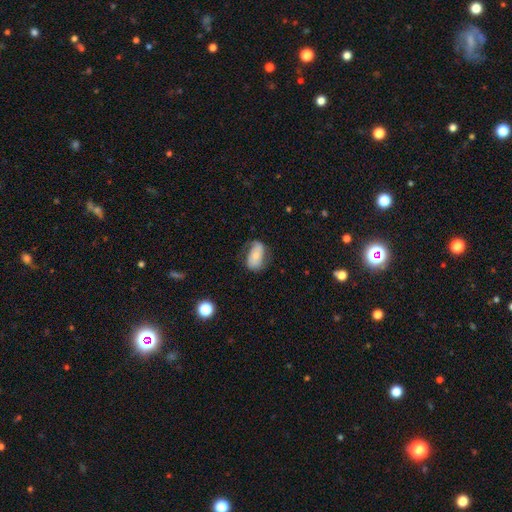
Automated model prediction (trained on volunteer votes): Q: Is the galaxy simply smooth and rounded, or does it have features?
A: smooth — 49%.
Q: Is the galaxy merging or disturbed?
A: none — 56%.